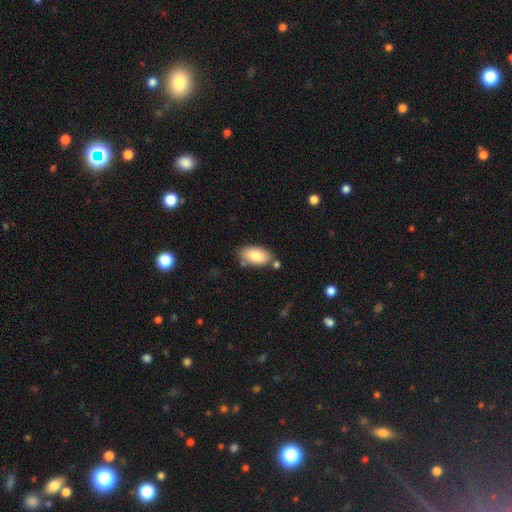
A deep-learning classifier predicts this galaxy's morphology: type=smooth (82%); roundness=in between (94%); merging=none (73%).